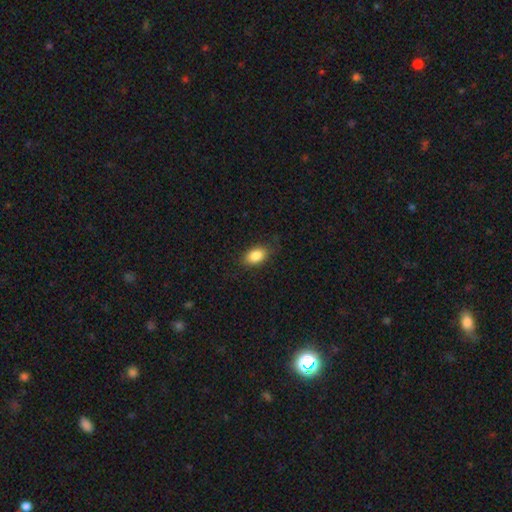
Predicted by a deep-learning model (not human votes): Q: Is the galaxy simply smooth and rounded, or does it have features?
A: smooth — 86%.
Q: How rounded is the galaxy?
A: in between — 88%.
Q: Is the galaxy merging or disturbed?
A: none — 83%.